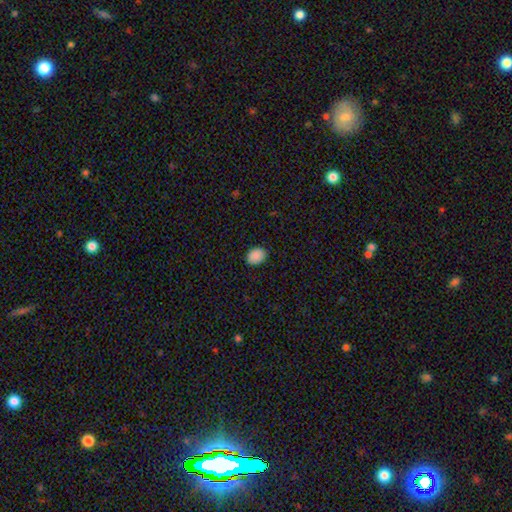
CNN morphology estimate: smooth-or-featured: smooth: 89% | star or artifact: 8% | featured or disk: 3%
  how-rounded: in between: 63% | round: 36% | cigar-shaped: 1%
  merging: none: 88% | minor disturbance: 9% | major disturbance: 2% | merger: 1%